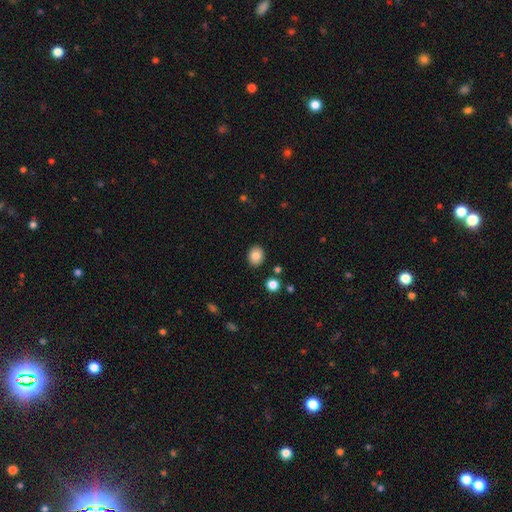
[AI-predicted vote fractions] Smooth or featured? Predicted: smooth (p=0.85). How rounded? Predicted: round (p=0.56). Merging? Predicted: none (p=0.88).